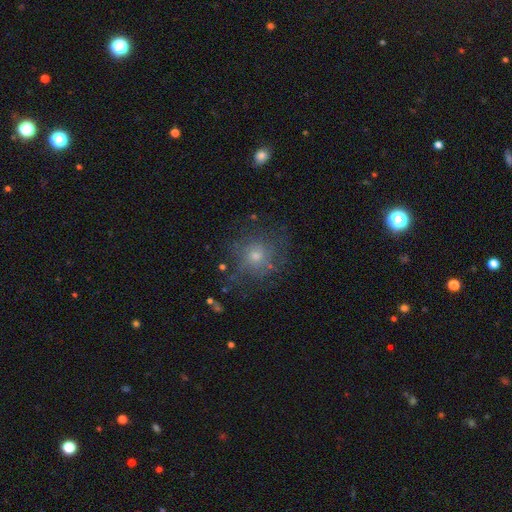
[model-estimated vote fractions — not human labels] A smooth galaxy with no disk features (48%).

Vote fractions:
- Smooth or featured? smooth: 48% / featured or disk: 32% / star or artifact: 19%
- Merging? none: 70% / minor disturbance: 16% / major disturbance: 12% / merger: 2%